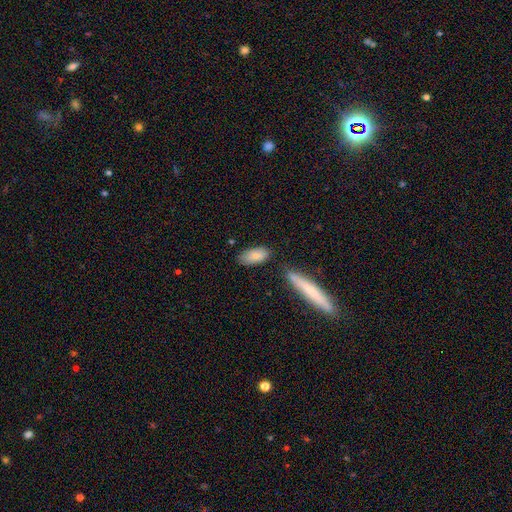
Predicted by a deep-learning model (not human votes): A smooth galaxy with no disk features (81%) that is in between round and cigar-shaped (86%).

Vote fractions:
- Smooth or featured? smooth: 81% / featured or disk: 12% / star or artifact: 7%
- How rounded? in between: 86% / cigar-shaped: 11% / round: 3%
- Merging? none: 68% / minor disturbance: 20% / merger: 8% / major disturbance: 5%